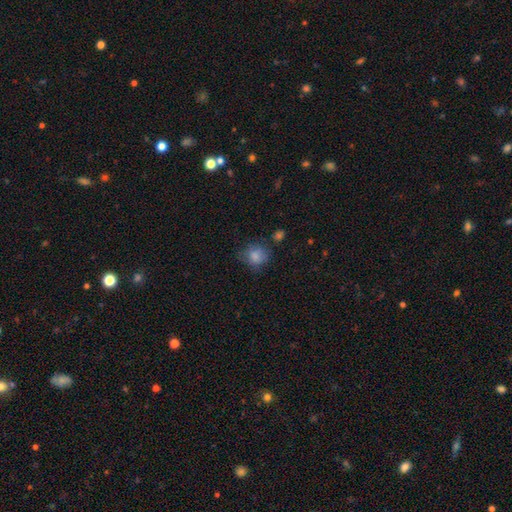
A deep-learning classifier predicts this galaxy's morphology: smooth_or_featured: smooth (p=0.79) [alt: star or artifact p=0.11]
how_rounded: round (p=0.68) [alt: in between p=0.31]
merging: none (p=0.60) [alt: minor disturbance p=0.25]